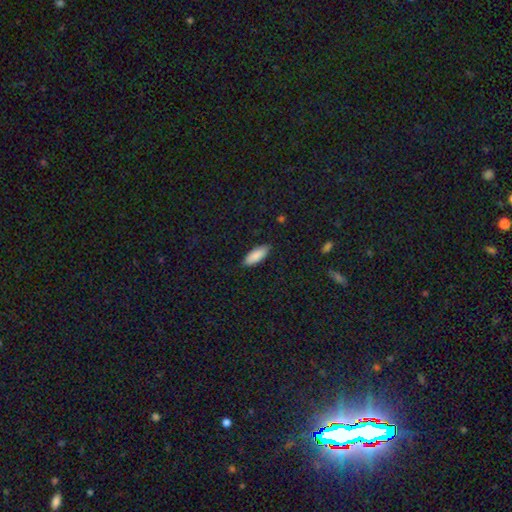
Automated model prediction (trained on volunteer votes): smooth_or_featured: smooth (p=0.88) [alt: star or artifact p=0.06]
how_rounded: in between (p=0.73) [alt: cigar-shaped p=0.25]
merging: none (p=0.87) [alt: minor disturbance p=0.10]